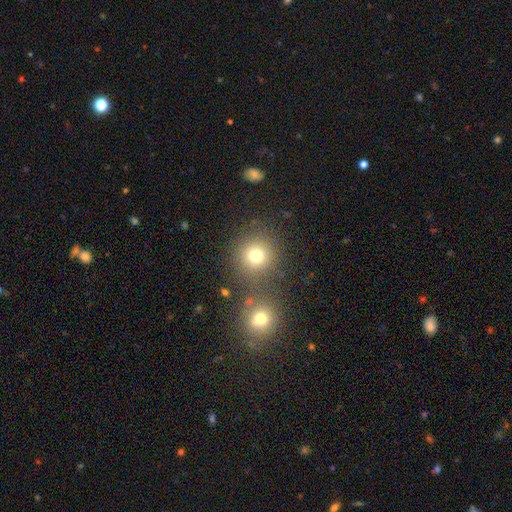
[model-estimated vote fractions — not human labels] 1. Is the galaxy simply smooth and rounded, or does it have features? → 76% smooth, 16% star or artifact, 8% featured or disk.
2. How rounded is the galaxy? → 91% round, 8% in between, 1% cigar-shaped.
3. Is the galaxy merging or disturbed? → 70% none, 19% merger, 8% minor disturbance, 4% major disturbance.